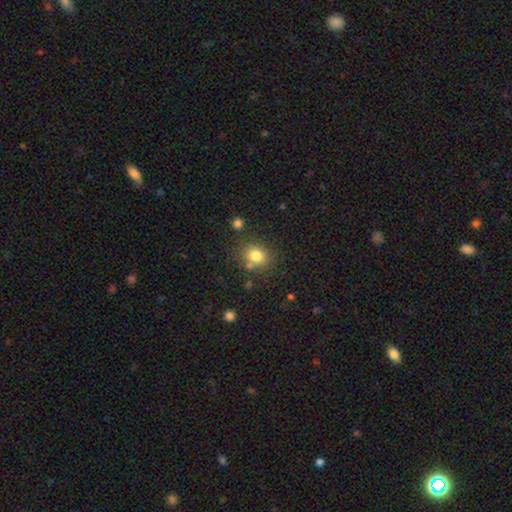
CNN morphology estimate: Smooth or featured? smooth (80%)
How rounded? round (69%)
Merging? none (72%)